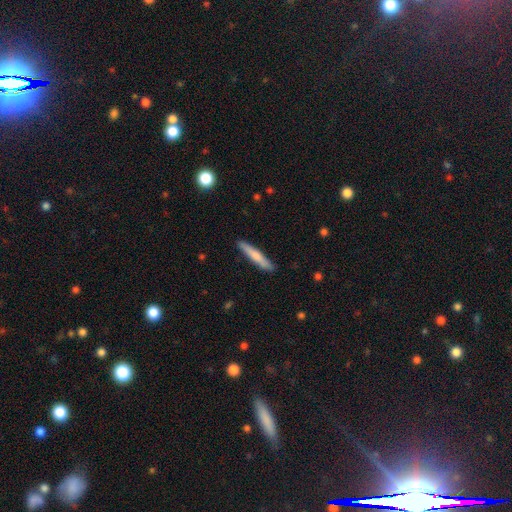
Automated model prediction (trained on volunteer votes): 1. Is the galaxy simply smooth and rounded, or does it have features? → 66% smooth, 29% featured or disk, 5% star or artifact.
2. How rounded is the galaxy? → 93% cigar-shaped, 6% in between, 1% round.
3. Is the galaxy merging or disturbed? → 89% none, 8% minor disturbance, 2% major disturbance, 1% merger.